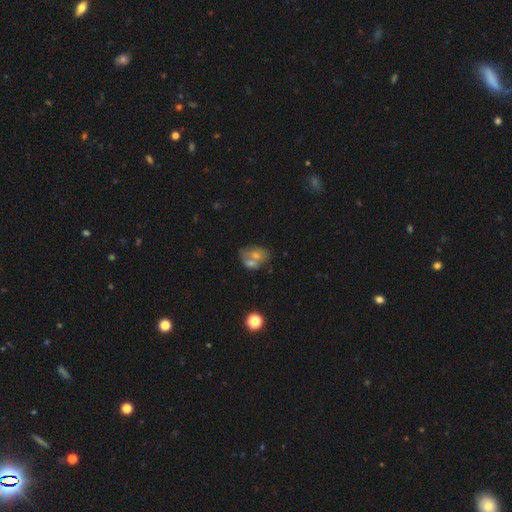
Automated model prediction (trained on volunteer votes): The model was most divided on "merging": merger: 49%, none: 33%, minor disturbance: 11%, major disturbance: 6%. Remaining: smooth or featured — smooth (50%).